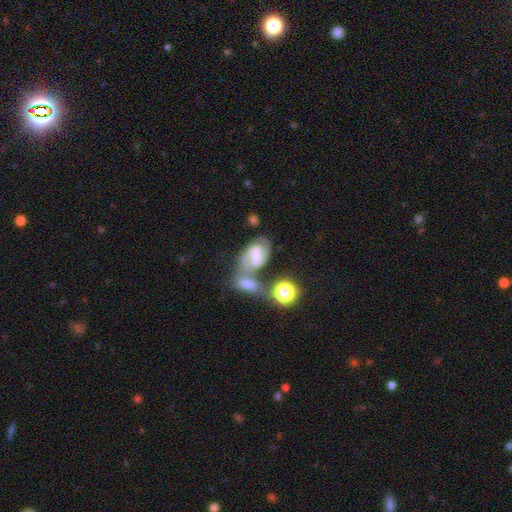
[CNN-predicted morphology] featured or disk 75%, smooth 16%, star or artifact 9%. Down the decision tree: edge-on disk — no (96%); bar — weak (47%); spiral arms — yes (92%); spiral arm count — 2 (85%); spiral winding — medium (52%); bulge size — small (37%); merging — merger (45%).